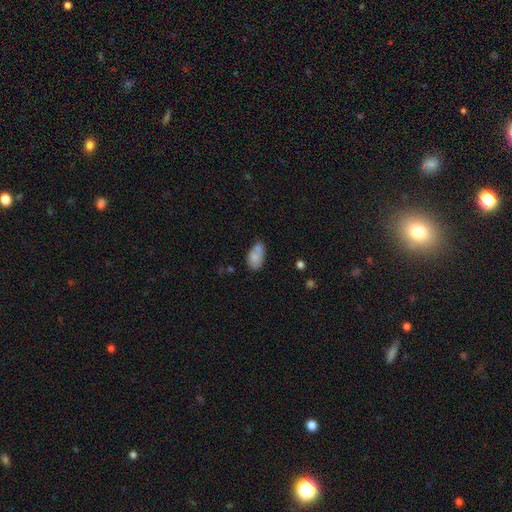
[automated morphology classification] smooth_or_featured: smooth (p=0.74) [alt: featured or disk p=0.17]
how_rounded: in between (p=0.90) [alt: round p=0.08]
merging: none (p=0.42) [alt: minor disturbance p=0.25]